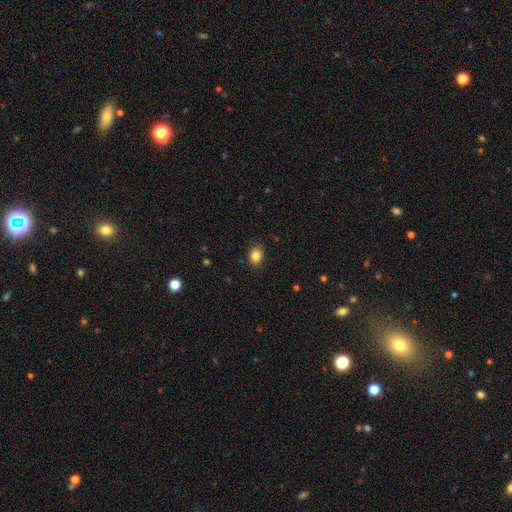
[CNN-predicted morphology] This appears to be a smooth galaxy with no disk features (85%) that is in between round and cigar-shaped (55%). Merging: none (88%).